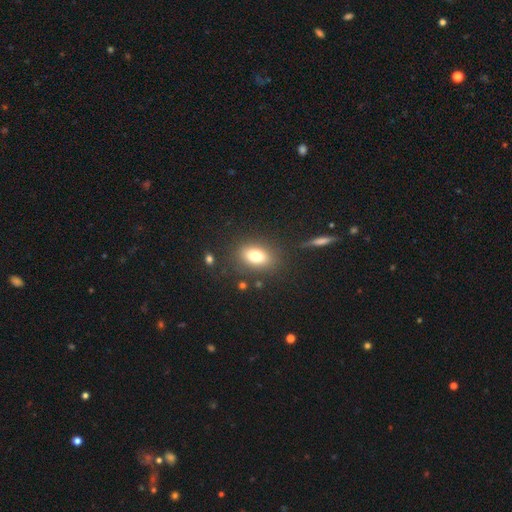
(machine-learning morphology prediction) Smooth or featured?
  - smooth: 78% *
  - featured or disk: 12%
  - star or artifact: 10%
How rounded?
  - in between: 78% *
  - round: 19%
  - cigar-shaped: 3%
Merging?
  - none: 83% *
  - minor disturbance: 10%
  - major disturbance: 4%
  - merger: 3%